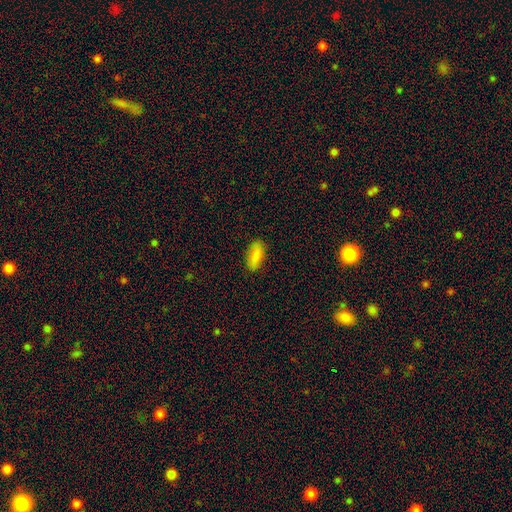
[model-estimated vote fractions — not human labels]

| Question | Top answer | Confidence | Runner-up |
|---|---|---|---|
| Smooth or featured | smooth | 87% | star or artifact (7%) |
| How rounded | in between | 83% | cigar-shaped (15%) |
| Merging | none | 86% | minor disturbance (10%) |